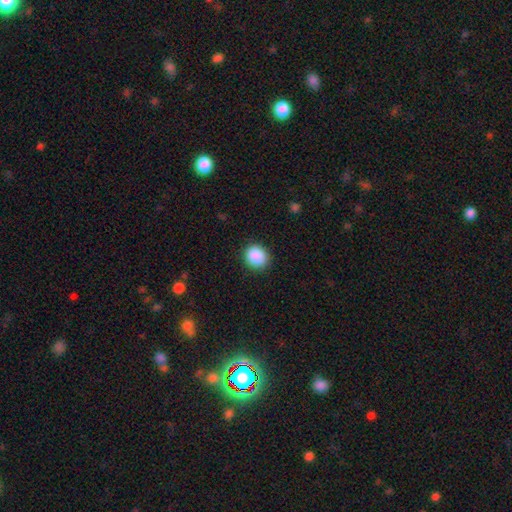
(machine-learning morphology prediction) A smooth galaxy with no disk features (89%) that is round (80%). Merging: none (88%).